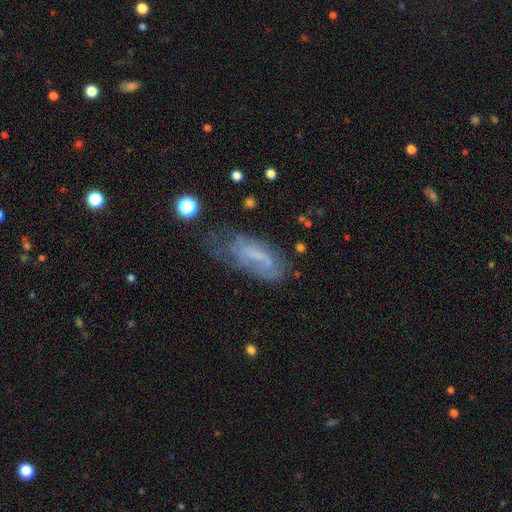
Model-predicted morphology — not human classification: This appears to be a featured or disk galaxy (47%). Merging: none (38%).